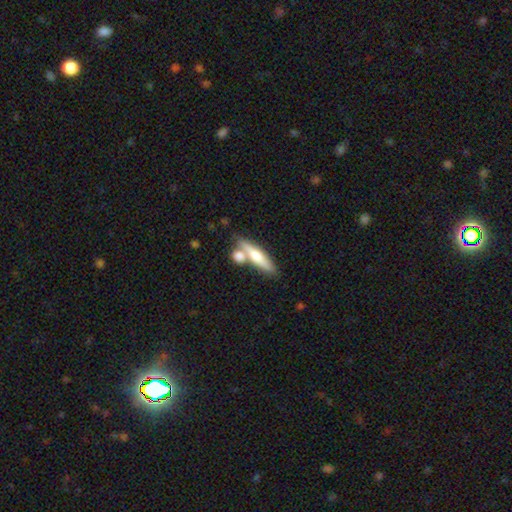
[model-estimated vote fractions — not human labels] Smooth or featured?
  - smooth: 58% *
  - featured or disk: 36%
  - star or artifact: 6%
How rounded?
  - cigar-shaped: 73% *
  - in between: 22%
  - round: 5%
Merging?
  - none: 58% *
  - merger: 27%
  - minor disturbance: 11%
  - major disturbance: 4%